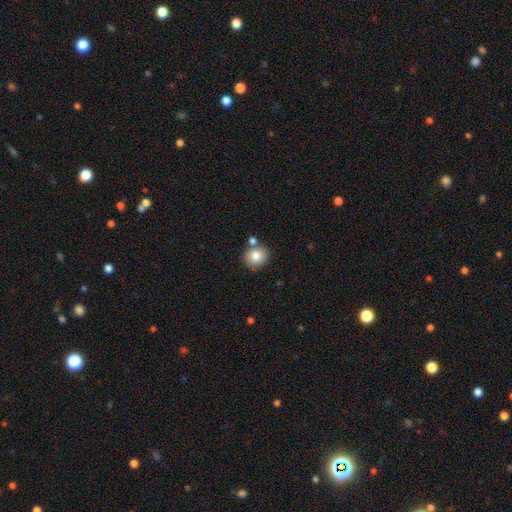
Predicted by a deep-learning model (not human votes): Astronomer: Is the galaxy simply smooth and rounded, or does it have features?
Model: smooth — 80%.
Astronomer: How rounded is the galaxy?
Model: round — 85%.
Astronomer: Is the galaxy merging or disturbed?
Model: none — 70%.